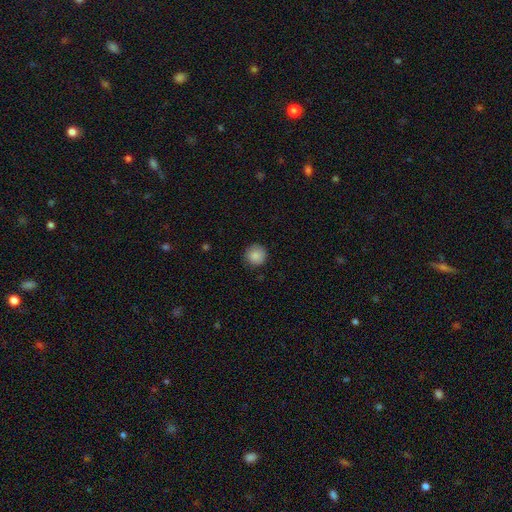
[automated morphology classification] Smooth or featured? Predicted: smooth (p=0.87). How rounded? Predicted: round (p=0.95). Merging? Predicted: none (p=0.89).